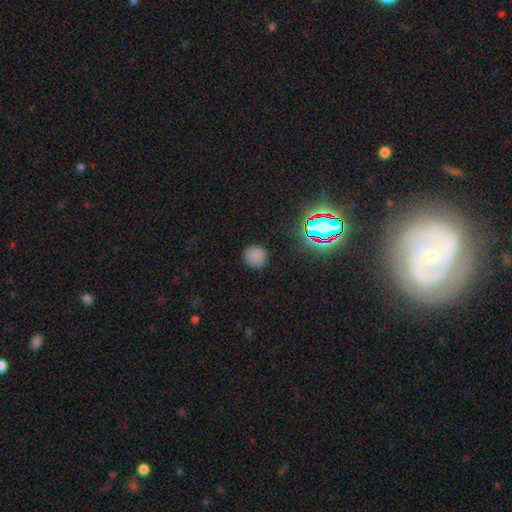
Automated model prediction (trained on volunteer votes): This is likely a smooth galaxy (77%). How rounded: clearly round (92%). Merging: clearly none (88%).